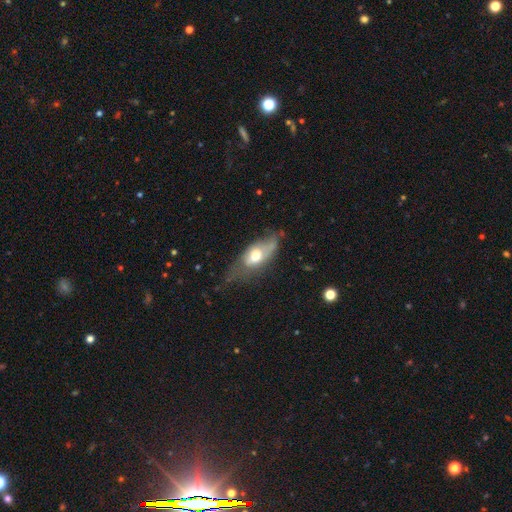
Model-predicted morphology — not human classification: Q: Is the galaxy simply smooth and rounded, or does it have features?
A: smooth — 53%.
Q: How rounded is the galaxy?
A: in between — 81%.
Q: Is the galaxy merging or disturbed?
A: minor disturbance — 34%.